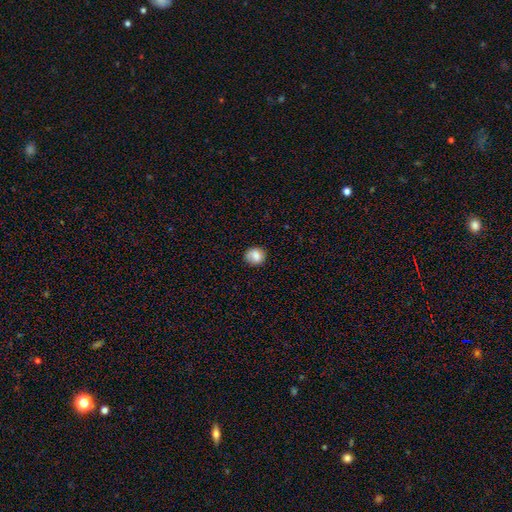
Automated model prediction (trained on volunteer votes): A smooth galaxy with no disk features (82%) that is round (78%).

Vote fractions:
- Smooth or featured? smooth: 82% / featured or disk: 10% / star or artifact: 9%
- How rounded? round: 78% / in between: 21% / cigar-shaped: 1%
- Merging? none: 79% / minor disturbance: 16% / major disturbance: 4% / merger: 1%